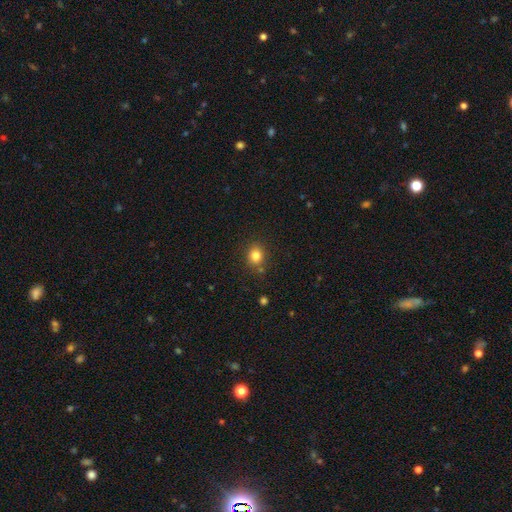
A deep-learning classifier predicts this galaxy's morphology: Smooth or featured? smooth (81%)
How rounded? round (78%)
Merging? none (82%)